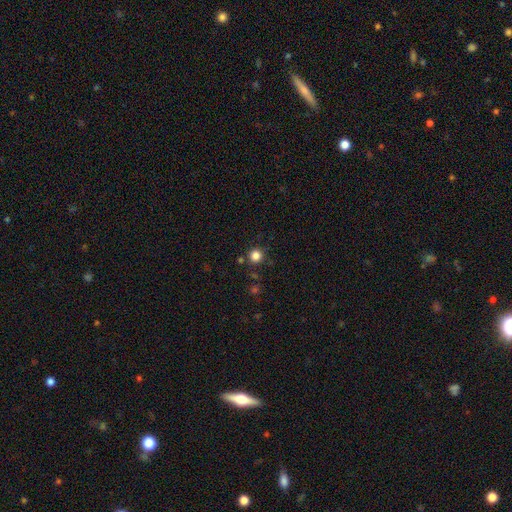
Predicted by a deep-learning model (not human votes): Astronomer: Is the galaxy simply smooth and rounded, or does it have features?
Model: smooth — 83%.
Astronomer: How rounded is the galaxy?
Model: round — 95%.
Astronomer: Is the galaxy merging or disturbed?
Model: none — 85%.